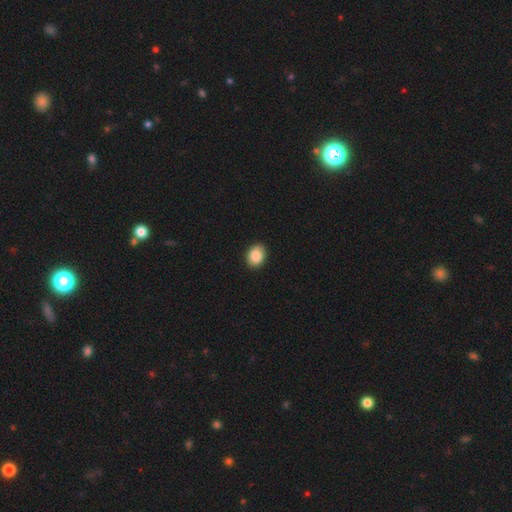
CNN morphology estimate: Overall: smooth (88%). How rounded: in between (64%; round 35%). Merging: none (91%).